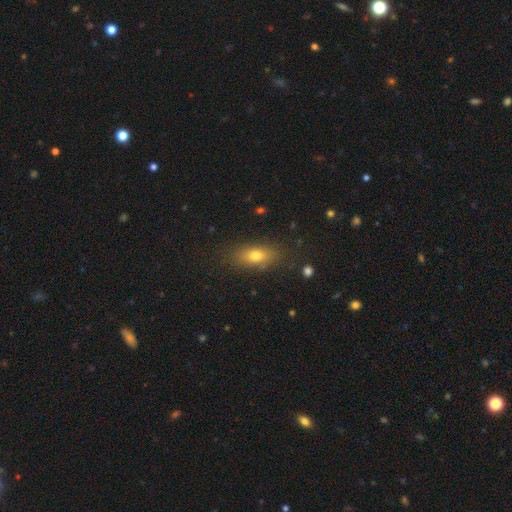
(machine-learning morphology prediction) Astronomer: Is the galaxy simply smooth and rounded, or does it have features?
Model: smooth — 73%.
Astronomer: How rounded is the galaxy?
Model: in between — 78%.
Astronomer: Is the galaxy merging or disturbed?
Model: none — 81%.